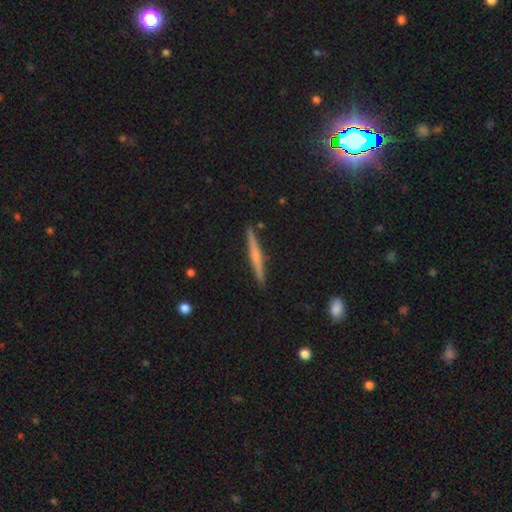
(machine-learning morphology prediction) A featured or disk galaxy (58%) viewed edge-on (98%) with a rounded central bulge (53%).

Vote fractions:
- Smooth or featured? featured or disk: 58% / smooth: 36% / star or artifact: 6%
- Edge-on disk? yes: 98% / no: 2%
- Edge-on bulge? rounded: 53% / none: 36% / boxy: 10%
- Merging? none: 92% / minor disturbance: 6% / major disturbance: 1% / merger: 1%